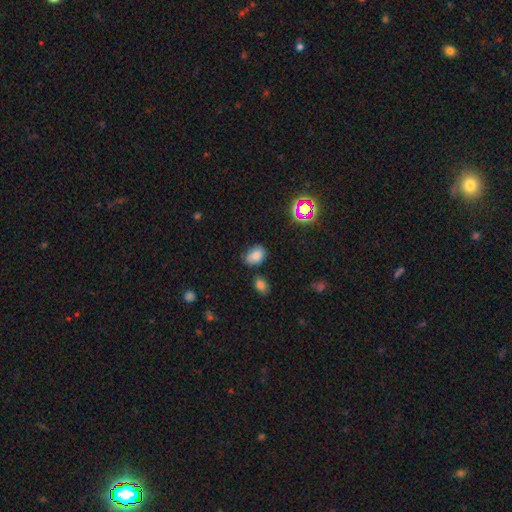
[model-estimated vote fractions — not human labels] The model was most divided on "merging": none: 68%, minor disturbance: 21%, merger: 7%, major disturbance: 5%. More confident: smooth or featured — smooth (77%); how rounded — in between (77%).